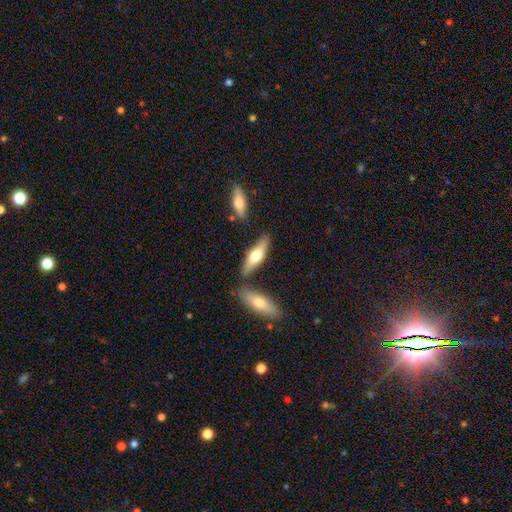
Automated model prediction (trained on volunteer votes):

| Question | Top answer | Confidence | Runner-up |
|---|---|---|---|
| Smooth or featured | smooth | 56% | featured or disk (38%) |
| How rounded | cigar-shaped | 51% | in between (47%) |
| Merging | none | 73% | minor disturbance (13%) |